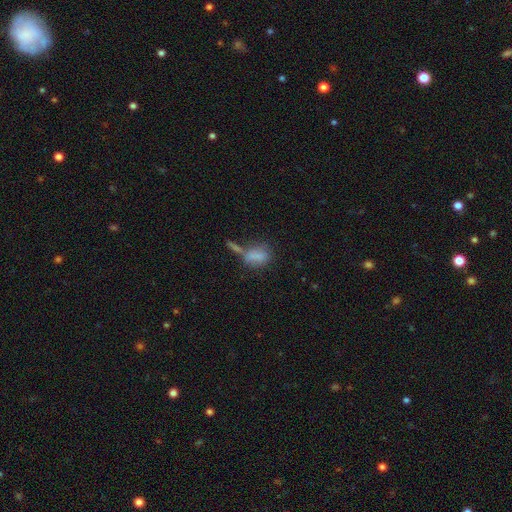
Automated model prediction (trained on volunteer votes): This appears to be a smooth galaxy with no disk features (74%) that is in between round and cigar-shaped (73%). Merging: none (37%).